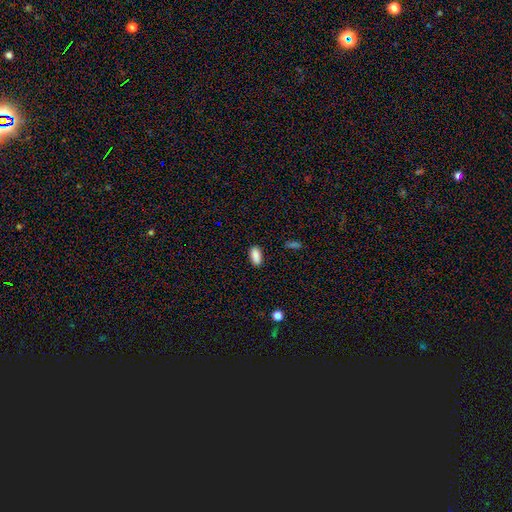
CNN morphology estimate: smooth-or-featured: smooth: 88% | star or artifact: 8% | featured or disk: 4%
  how-rounded: in between: 89% | cigar-shaped: 8% | round: 3%
  merging: none: 86% | minor disturbance: 10% | major disturbance: 2% | merger: 1%